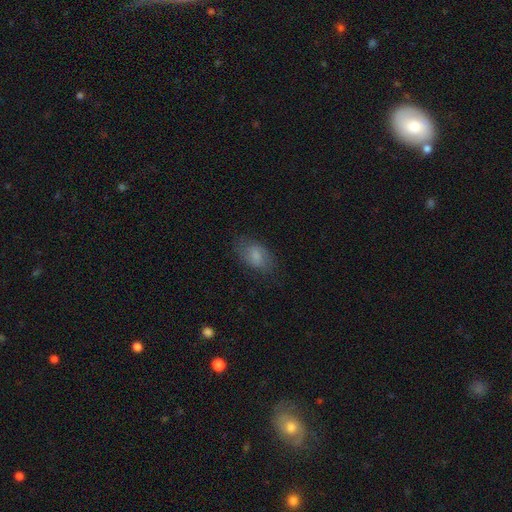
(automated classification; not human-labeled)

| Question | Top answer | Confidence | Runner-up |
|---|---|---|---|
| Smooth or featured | smooth | 74% | featured or disk (18%) |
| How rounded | in between | 90% | round (7%) |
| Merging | none | 74% | minor disturbance (18%) |